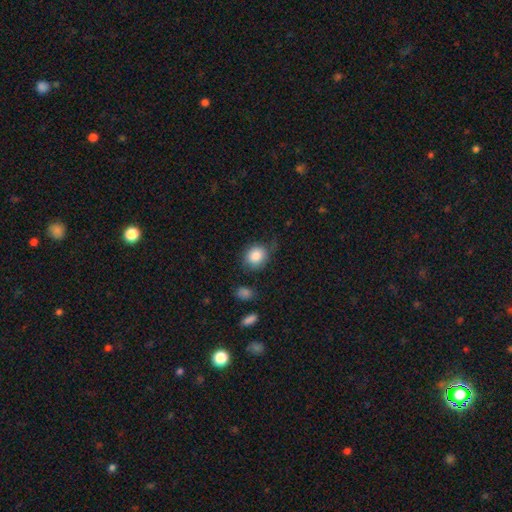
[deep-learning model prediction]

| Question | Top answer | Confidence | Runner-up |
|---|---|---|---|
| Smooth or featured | smooth | 85% | star or artifact (8%) |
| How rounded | round | 66% | in between (33%) |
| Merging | none | 70% | minor disturbance (21%) |